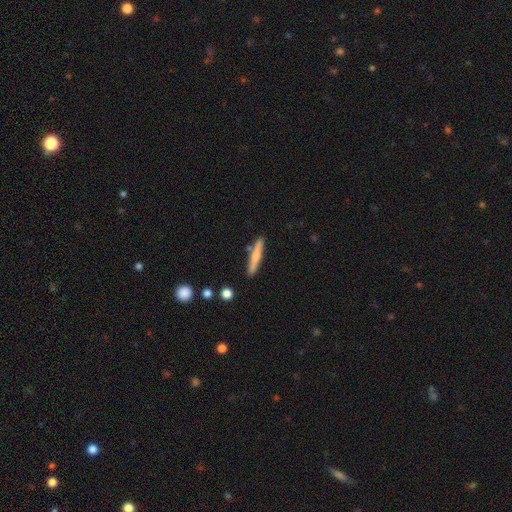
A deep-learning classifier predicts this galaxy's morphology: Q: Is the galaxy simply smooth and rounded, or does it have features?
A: smooth — 65%.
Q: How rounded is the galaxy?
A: cigar-shaped — 93%.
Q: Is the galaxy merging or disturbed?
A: none — 83%.